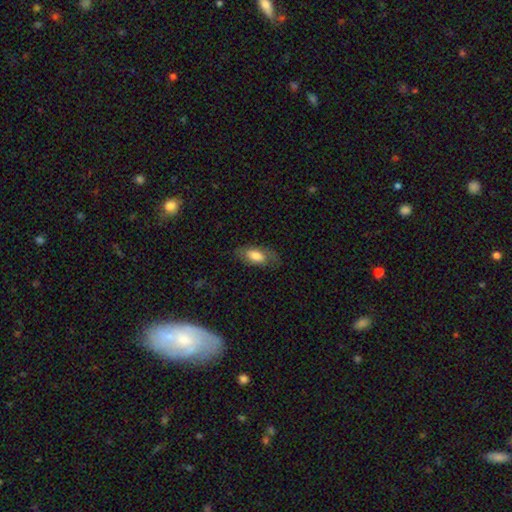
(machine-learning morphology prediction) smooth_or_featured: smooth (p=0.71) [alt: featured or disk p=0.23]
how_rounded: in between (p=0.86) [alt: cigar-shaped p=0.11]
merging: none (p=0.72) [alt: minor disturbance p=0.19]